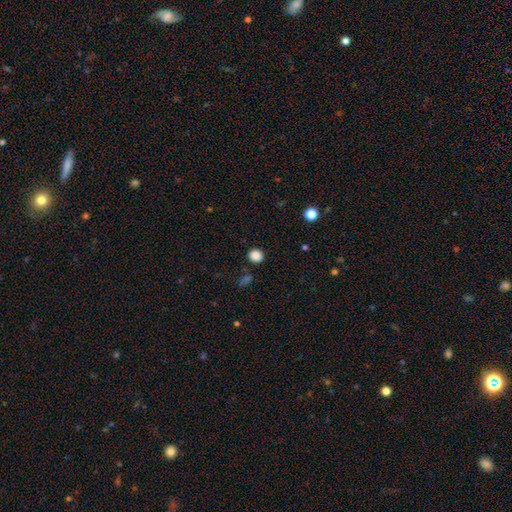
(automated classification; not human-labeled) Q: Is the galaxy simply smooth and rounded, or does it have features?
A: smooth — 86%.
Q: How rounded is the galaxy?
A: round — 86%.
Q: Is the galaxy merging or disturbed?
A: none — 89%.